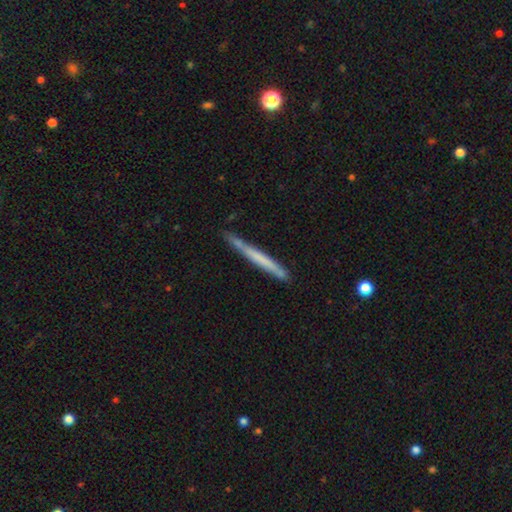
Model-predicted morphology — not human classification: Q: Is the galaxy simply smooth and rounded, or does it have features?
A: smooth — 54%.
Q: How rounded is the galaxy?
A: cigar-shaped — 97%.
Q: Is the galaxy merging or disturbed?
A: none — 77%.